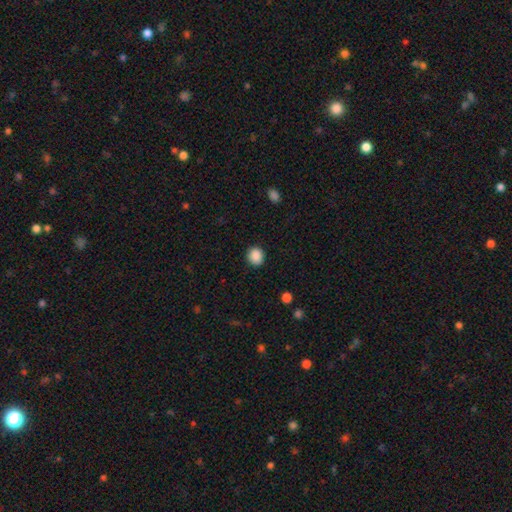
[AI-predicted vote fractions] A smooth galaxy with no disk features (89%) that is round (79%).

Vote fractions:
- Smooth or featured? smooth: 89% / star or artifact: 9% / featured or disk: 3%
- How rounded? round: 79% / in between: 20% / cigar-shaped: 1%
- Merging? none: 89% / minor disturbance: 7% / major disturbance: 2% / merger: 1%